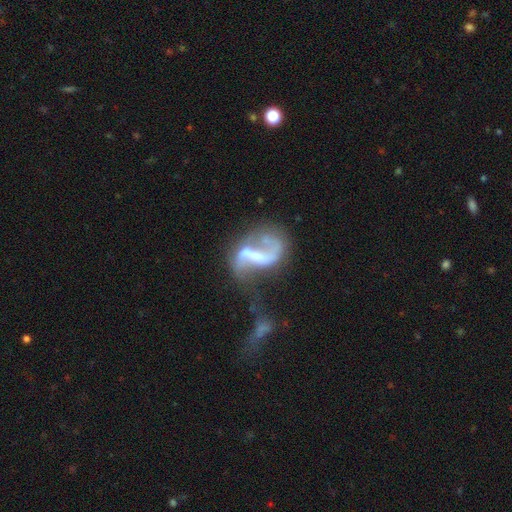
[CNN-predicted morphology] type=featured or disk (79%); edge-on=no (97%); bar=strong (41%); spiral arms=yes (81%); winding=loose (70%); arm count=2 (79%); bulge=none (41%); merging=major disturbance (31%).